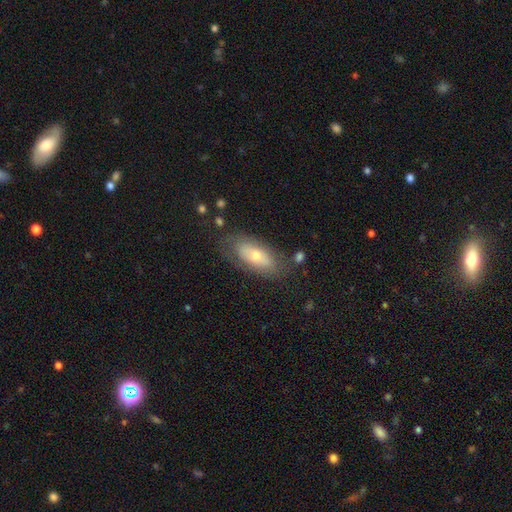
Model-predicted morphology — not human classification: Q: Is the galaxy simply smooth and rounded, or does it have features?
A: smooth — 55%.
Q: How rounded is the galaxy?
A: in between — 82%.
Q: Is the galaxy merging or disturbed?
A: none — 73%.